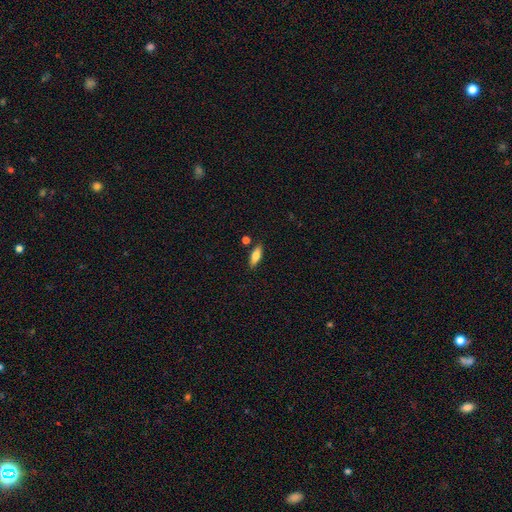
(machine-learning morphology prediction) This is likely a smooth galaxy (73%). How rounded: likely in between (63%). Merging: clearly none (83%).